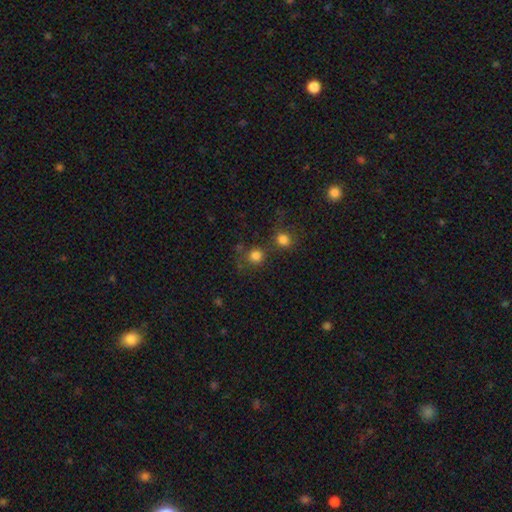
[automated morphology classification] Smooth or featured? Predicted: smooth (p=0.80). How rounded? Predicted: round (p=0.91). Merging? Predicted: none (p=0.67).